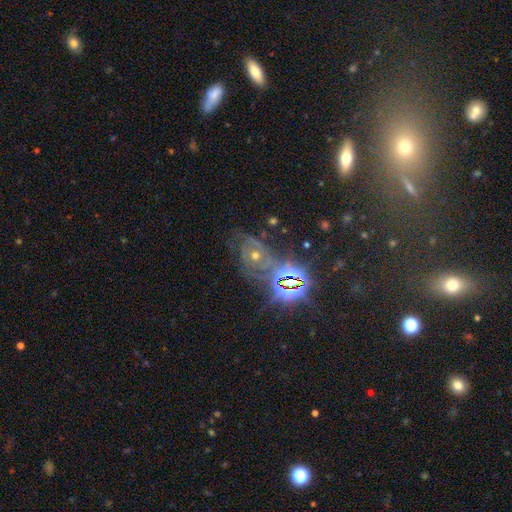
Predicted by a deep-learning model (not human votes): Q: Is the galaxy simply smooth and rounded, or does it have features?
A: star or artifact — 48%.